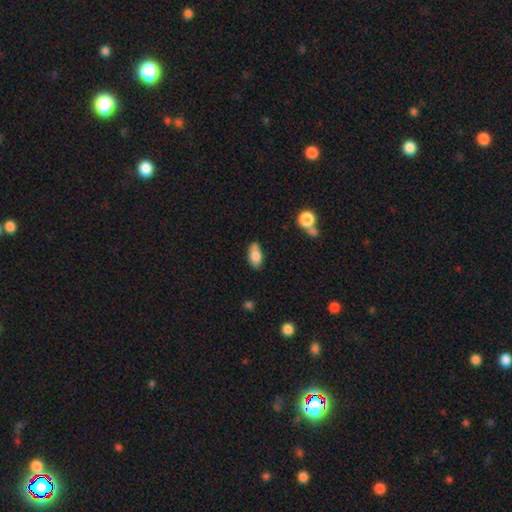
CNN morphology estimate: A smooth galaxy with no disk features (80%) that is in between round and cigar-shaped (88%). Merging: none (60%).